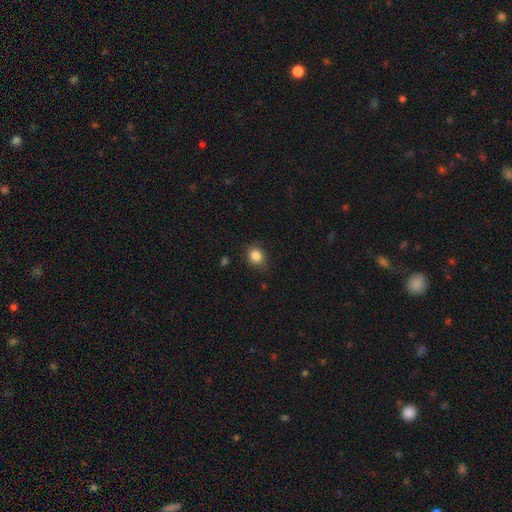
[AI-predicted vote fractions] smooth-or-featured: smooth: 85% | star or artifact: 11% | featured or disk: 4%
  how-rounded: round: 74% | in between: 25% | cigar-shaped: 1%
  merging: none: 80% | minor disturbance: 15% | major disturbance: 3% | merger: 1%